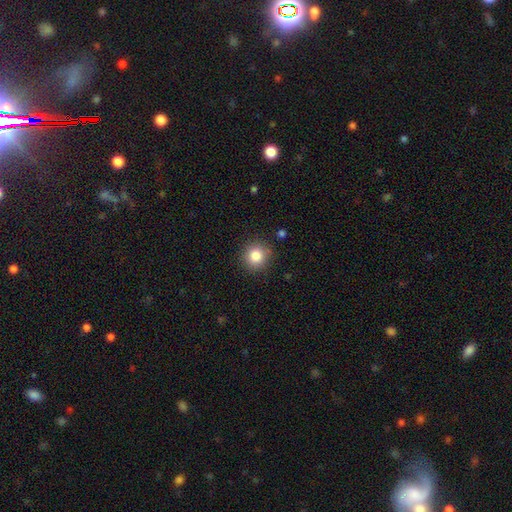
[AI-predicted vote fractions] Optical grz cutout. It shows a smooth galaxy with no disk features (84%) that is round (91%). Merging: none (88%).